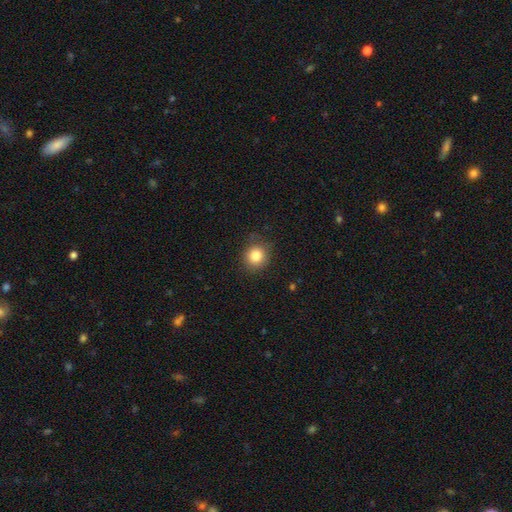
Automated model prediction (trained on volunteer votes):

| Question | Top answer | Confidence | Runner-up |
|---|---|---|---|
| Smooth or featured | smooth | 84% | star or artifact (10%) |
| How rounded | round | 83% | in between (16%) |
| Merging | none | 80% | minor disturbance (15%) |